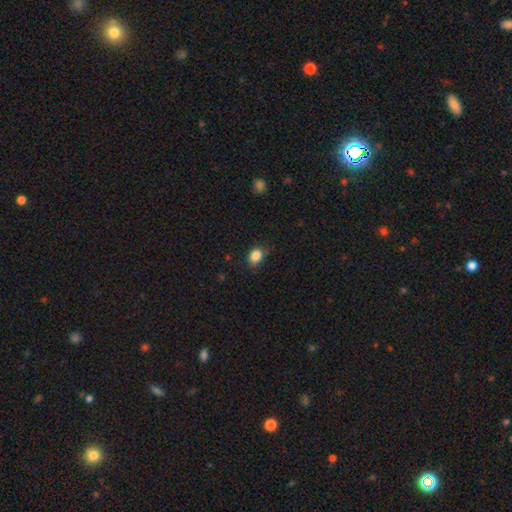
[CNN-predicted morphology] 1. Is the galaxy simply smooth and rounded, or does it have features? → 86% smooth, 10% star or artifact, 4% featured or disk.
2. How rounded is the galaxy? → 63% in between, 36% round, 1% cigar-shaped.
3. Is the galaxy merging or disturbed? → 75% none, 20% minor disturbance, 4% major disturbance, 1% merger.